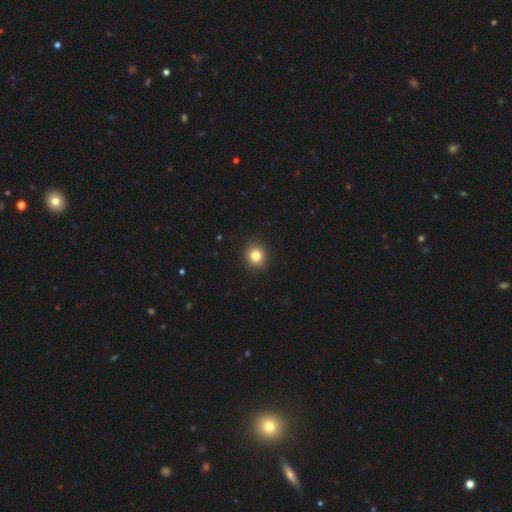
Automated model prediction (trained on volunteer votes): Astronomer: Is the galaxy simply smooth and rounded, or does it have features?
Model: smooth — 83%.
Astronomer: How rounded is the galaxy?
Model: round — 88%.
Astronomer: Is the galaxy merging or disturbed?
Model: none — 92%.